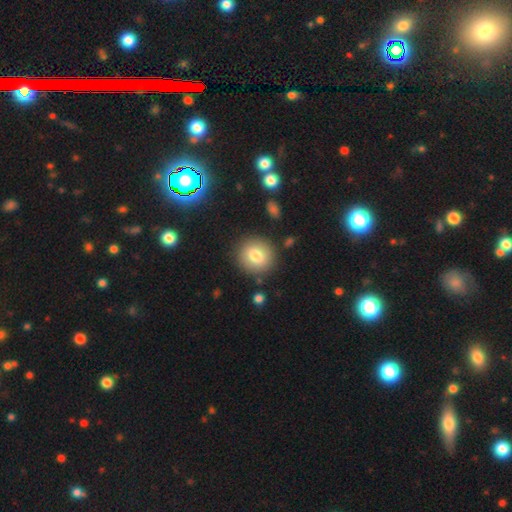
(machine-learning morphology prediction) A smooth galaxy with no disk features (78%) that is round (87%).

Vote fractions:
- Smooth or featured? smooth: 78% / featured or disk: 12% / star or artifact: 9%
- How rounded? round: 87% / in between: 12% / cigar-shaped: 1%
- Merging? none: 87% / minor disturbance: 8% / major disturbance: 3% / merger: 3%